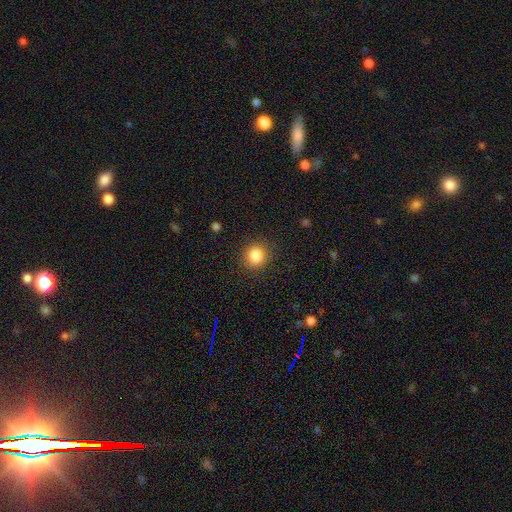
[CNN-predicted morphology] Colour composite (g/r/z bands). It shows a smooth galaxy with no disk features (85%) that is round (85%). Merging: none (89%).